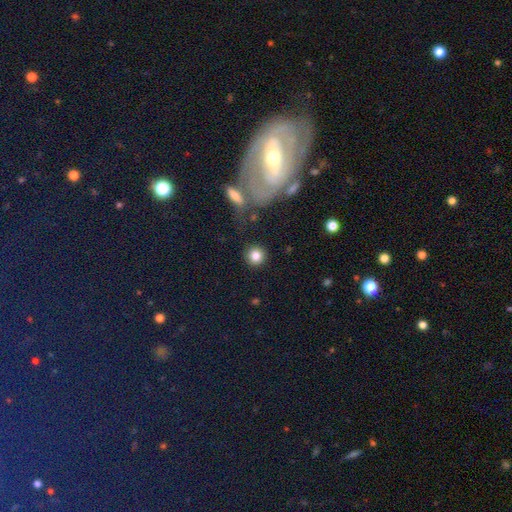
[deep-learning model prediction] Smooth or featured: smooth — 83% (star or artifact — 10%)
How rounded: round — 92% (in between — 7%)
Merging: none — 87% (minor disturbance — 7%)